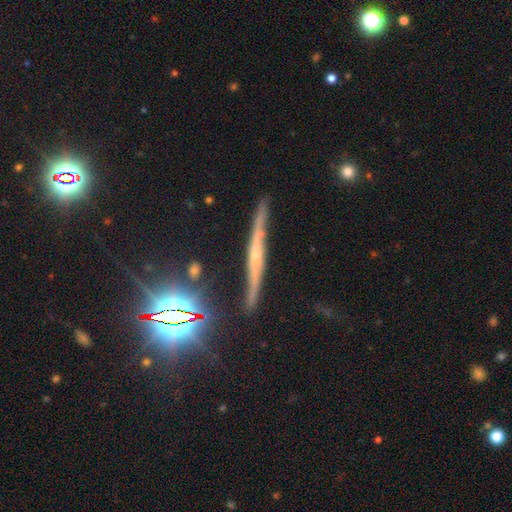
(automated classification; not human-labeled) The model was most divided on "edge-on bulge": rounded: 48%, none: 40%, boxy: 13%. More confident: edge-on disk — yes (92%); merging — none (78%); smooth or featured — featured or disk (66%).